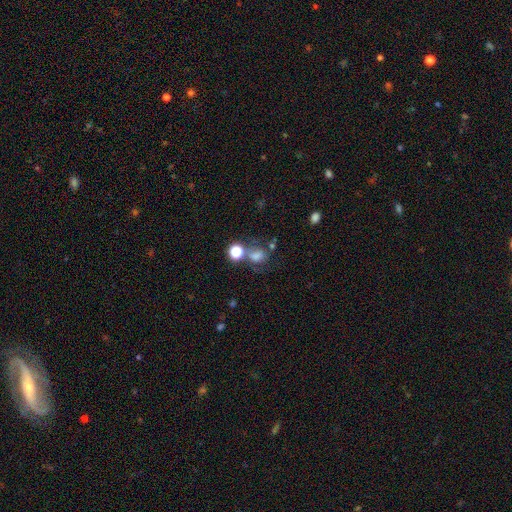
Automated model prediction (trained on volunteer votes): Q: Smooth or featured?
A: smooth (53%); runner-up: star or artifact (30%)
Q: How rounded?
A: round (61%); runner-up: in between (37%)
Q: Merging?
A: none (52%); runner-up: merger (23%)